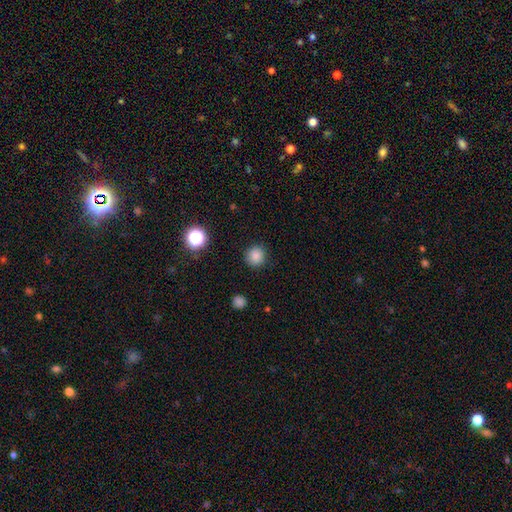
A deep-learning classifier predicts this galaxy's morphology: This is clearly a smooth galaxy (85%). How rounded: clearly round (92%). Merging: clearly none (90%).